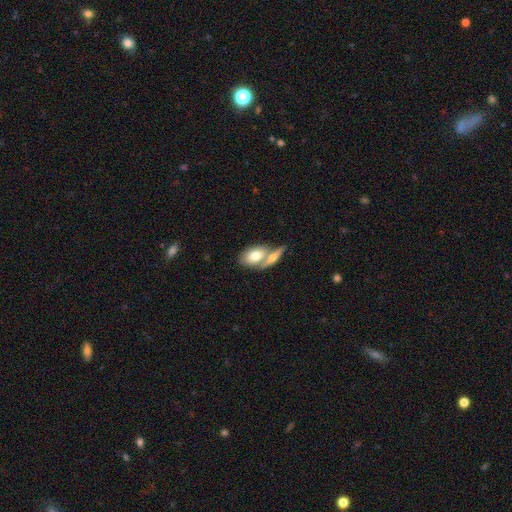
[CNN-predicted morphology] A smooth galaxy with no disk features (66%) that is in between round and cigar-shaped (87%).

Vote fractions:
- Smooth or featured? smooth: 66% / featured or disk: 29% / star or artifact: 5%
- How rounded? in between: 87% / round: 8% / cigar-shaped: 5%
- Merging? merger: 52% / none: 35% / minor disturbance: 10% / major disturbance: 4%